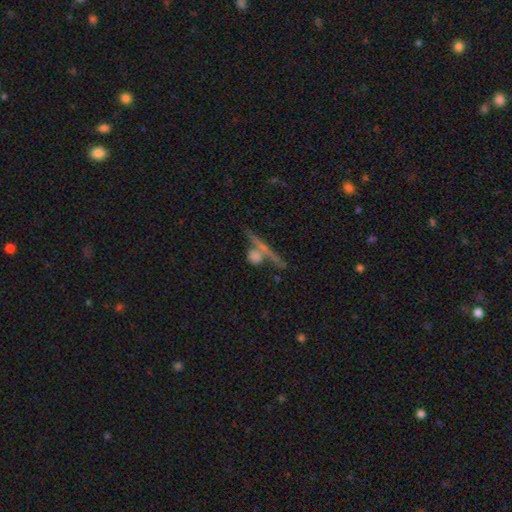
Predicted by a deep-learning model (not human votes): Smooth or featured: smooth — 58% (featured or disk — 25%)
How rounded: round — 54% (cigar-shaped — 25%)
Merging: none — 52% (merger — 29%)